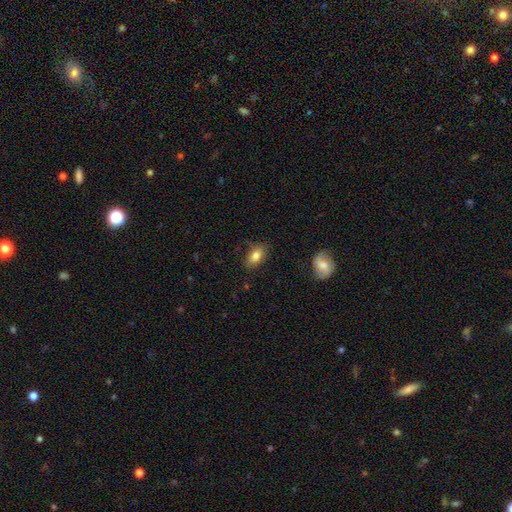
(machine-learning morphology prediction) type=smooth (81%); roundness=in between (90%); merging=none (79%).